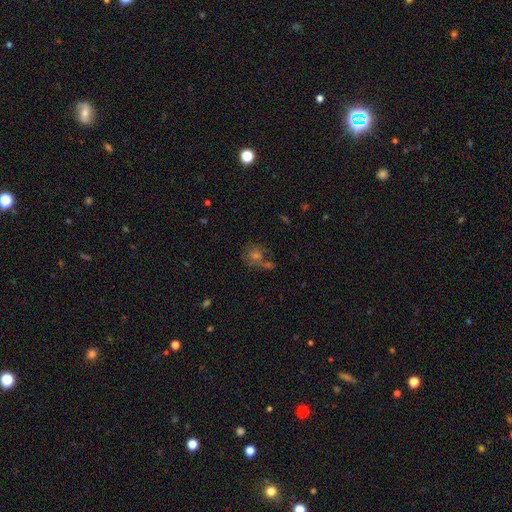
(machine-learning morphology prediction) smooth_or_featured: smooth (p=0.48) [alt: star or artifact p=0.28]
merging: none (p=0.54) [alt: merger p=0.22]